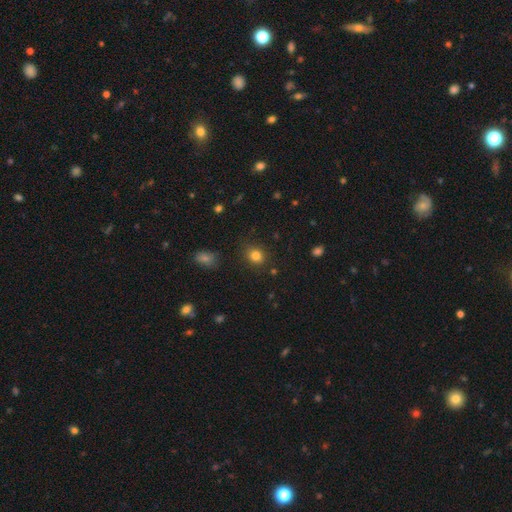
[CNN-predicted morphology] This is clearly a smooth galaxy (82%). How rounded: likely round (67%). Merging: clearly none (84%).